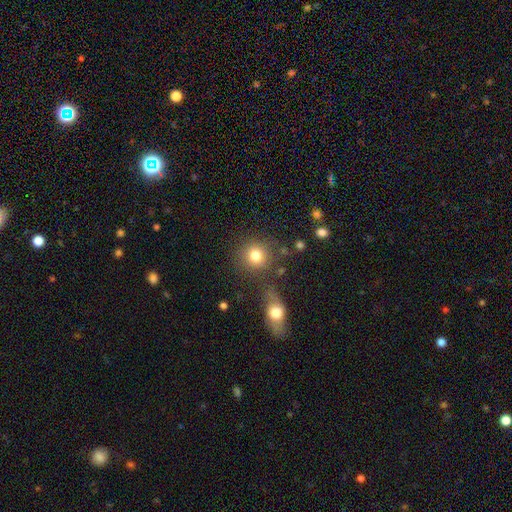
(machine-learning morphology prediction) smooth-or-featured: smooth: 80% | star or artifact: 11% | featured or disk: 9%
  how-rounded: round: 89% | in between: 10% | cigar-shaped: 1%
  merging: none: 76% | merger: 11% | minor disturbance: 9% | major disturbance: 4%